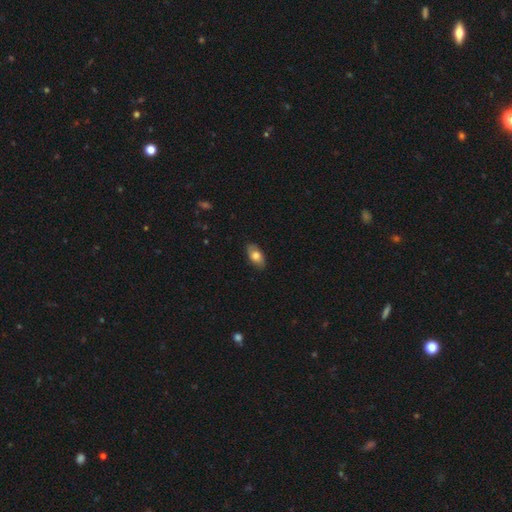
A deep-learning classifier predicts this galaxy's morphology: Smooth or featured: smooth — 73% (featured or disk — 20%)
How rounded: in between — 91% (round — 5%)
Merging: none — 84% (minor disturbance — 13%)